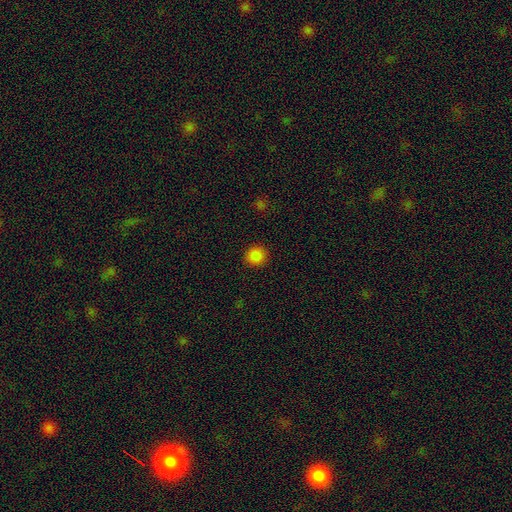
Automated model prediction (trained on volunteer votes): smooth_or_featured: smooth (p=0.86) [alt: star or artifact p=0.11]
how_rounded: round (p=0.91) [alt: in between p=0.08]
merging: none (p=0.92) [alt: minor disturbance p=0.05]